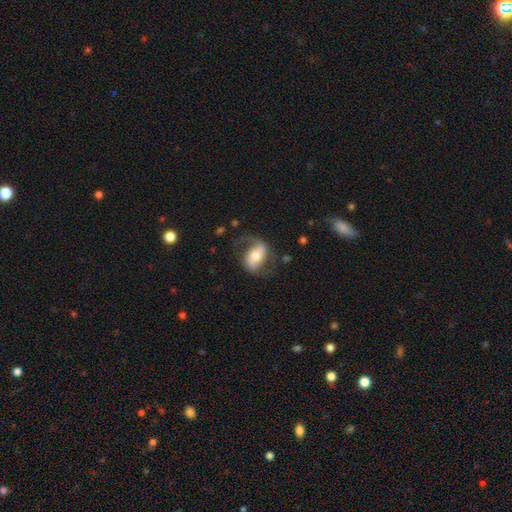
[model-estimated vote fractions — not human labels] smooth-or-featured: featured or disk: 62% | smooth: 31% | star or artifact: 7%
  disk-edge-on: no: 95% | yes: 5%
    bar: weak: 34% | strong: 33% | no: 32%
    has-spiral-arms: yes: 86% | no: 14%
      spiral-winding: loose: 49% | medium: 38% | tight: 13%
      spiral-arm-count: 2: 79% | 1: 13% | can't tell: 5% | 3: 1% | 4: 1% | more than 4: 1%
    bulge-size: moderate: 56% | large: 20% | small: 18% | dominant: 3% | none: 2%
  merging: none: 60% | minor disturbance: 21% | major disturbance: 18% | merger: 2%